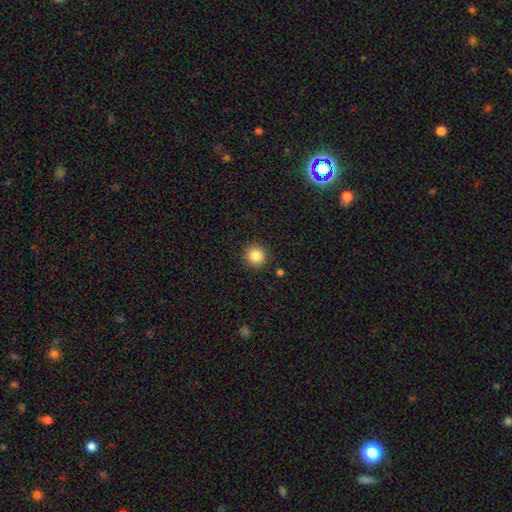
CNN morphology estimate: Smooth or featured?
  - smooth: 86% *
  - star or artifact: 10%
  - featured or disk: 4%
How rounded?
  - round: 93% *
  - in between: 6%
  - cigar-shaped: 1%
Merging?
  - none: 90% *
  - minor disturbance: 6%
  - major disturbance: 2%
  - merger: 1%